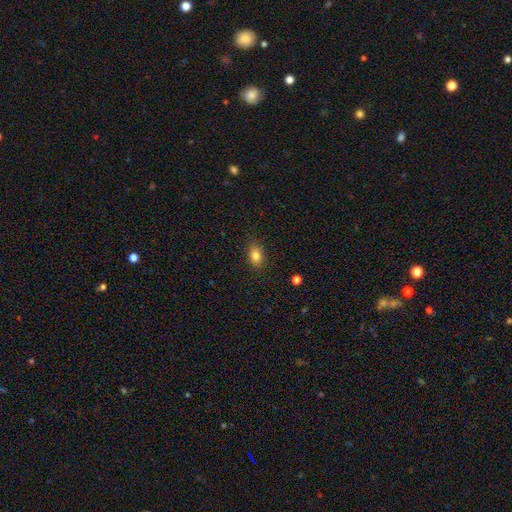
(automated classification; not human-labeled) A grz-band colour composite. It shows a smooth galaxy with no disk features (83%) that is in between round and cigar-shaped (77%). Merging: none (84%).